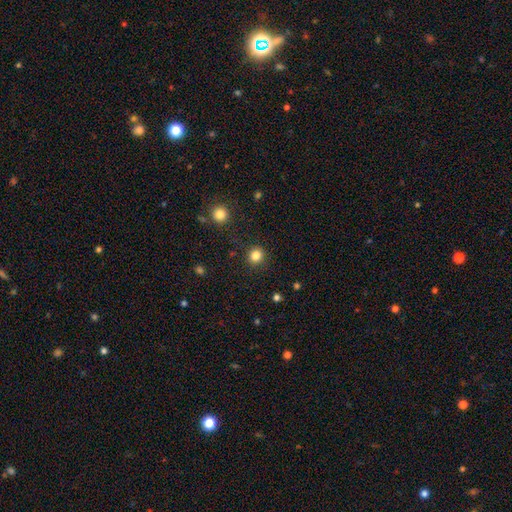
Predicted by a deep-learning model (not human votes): A smooth galaxy with no disk features (83%) that is round (89%). Merging: none (89%).